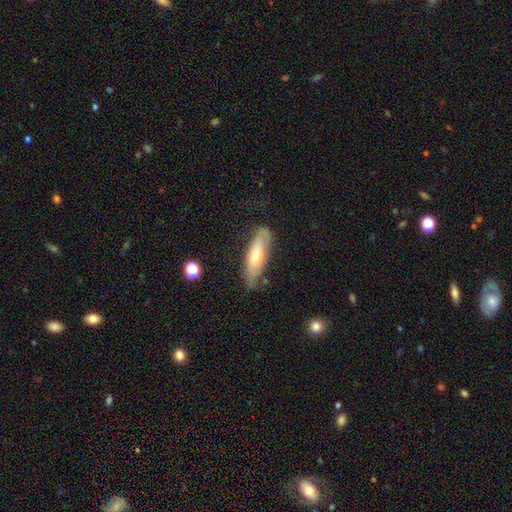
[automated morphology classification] Smooth or featured? smooth (51%)
How rounded? cigar-shaped (51%)
Merging? none (67%)